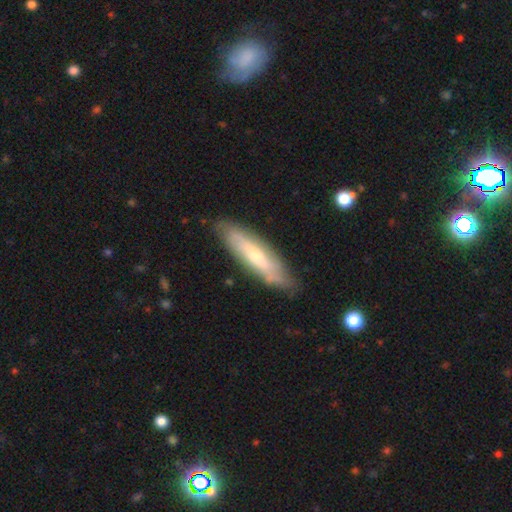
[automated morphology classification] Q: Smooth or featured?
A: featured or disk (61%); runner-up: smooth (31%)
Q: Edge-on disk?
A: no (52%); runner-up: yes (48%)
Q: Merging?
A: none (83%); runner-up: minor disturbance (13%)